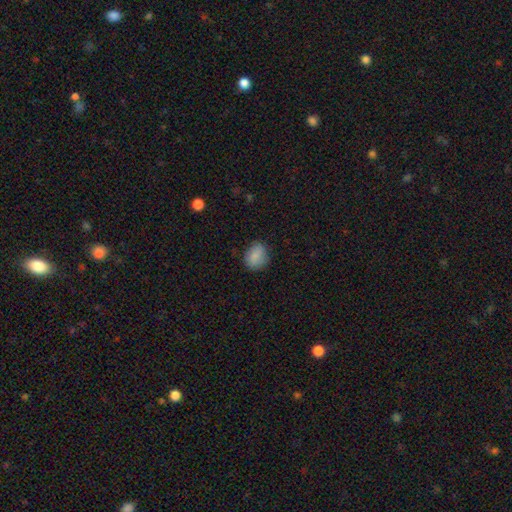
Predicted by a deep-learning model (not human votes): Overall: smooth (85%). How rounded: in between (52%; round 46%). Merging: none (78%).